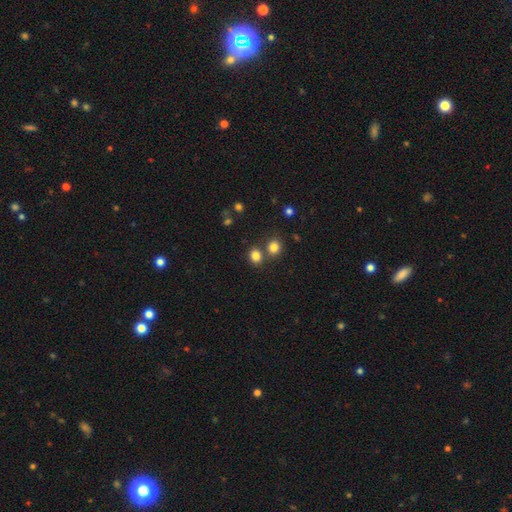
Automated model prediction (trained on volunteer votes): Smooth or featured? Predicted: smooth (p=0.82). How rounded? Predicted: round (p=0.68). Merging? Predicted: none (p=0.66).